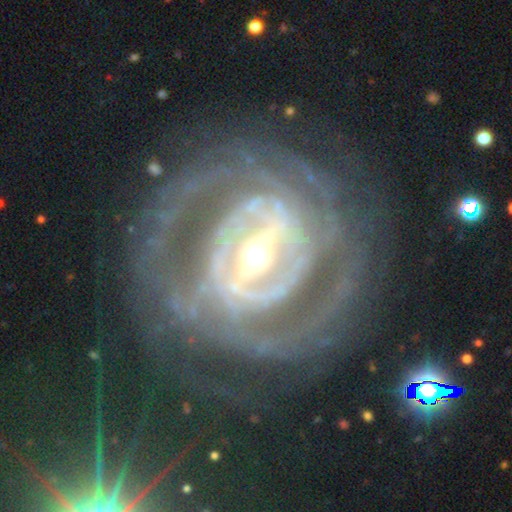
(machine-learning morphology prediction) Q: Smooth or featured?
A: featured or disk (90%); runner-up: star or artifact (6%)
Q: Edge-on disk?
A: no (95%); runner-up: yes (5%)
Q: Bar?
A: strong (72%); runner-up: weak (21%)
Q: Spiral arms?
A: yes (93%); runner-up: no (7%)
Q: Spiral winding?
A: tight (68%); runner-up: medium (26%)
Q: Spiral arm count?
A: 2 (29%); runner-up: can't tell (27%)
Q: Bulge size?
A: moderate (55%); runner-up: small (36%)
Q: Merging?
A: none (74%); runner-up: minor disturbance (13%)